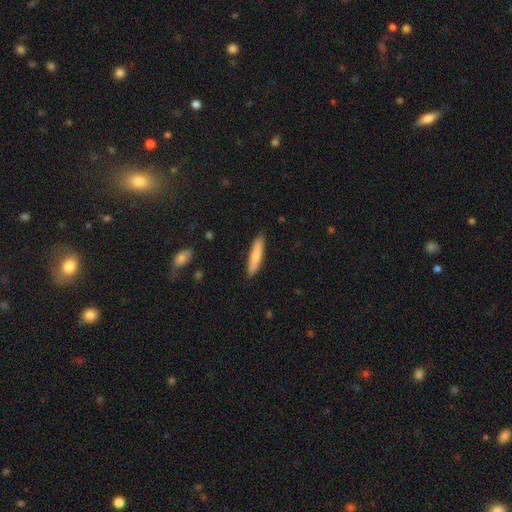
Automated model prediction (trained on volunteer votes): This appears to be a smooth galaxy with no disk features (77%) that is cigar-shaped (86%). Merging: none (89%).